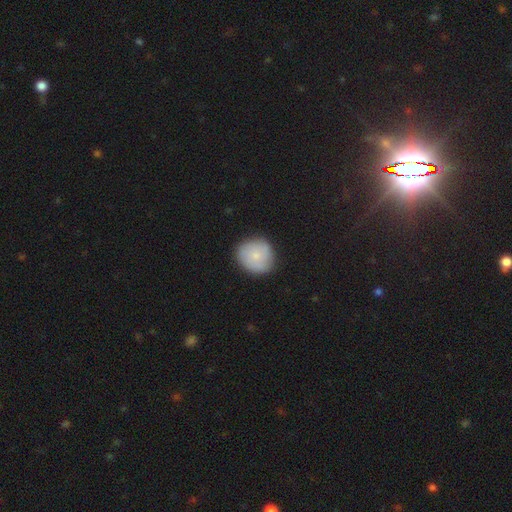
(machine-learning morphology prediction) Smooth or featured? smooth (73%)
How rounded? round (85%)
Merging? none (79%)